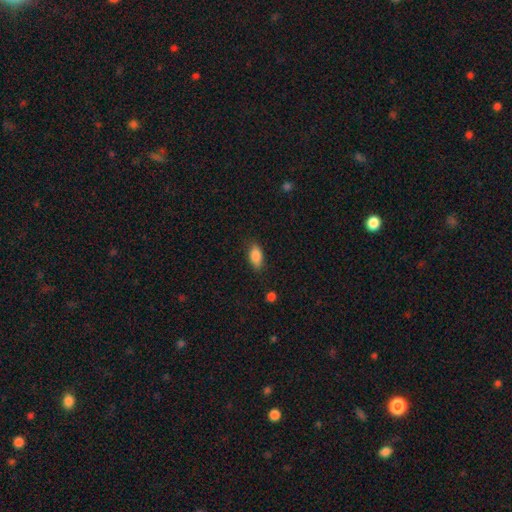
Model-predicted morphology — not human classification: Smooth or featured?
  - smooth: 86% *
  - star or artifact: 8%
  - featured or disk: 6%
How rounded?
  - in between: 89% *
  - cigar-shaped: 7%
  - round: 5%
Merging?
  - none: 82% *
  - minor disturbance: 13%
  - major disturbance: 3%
  - merger: 1%